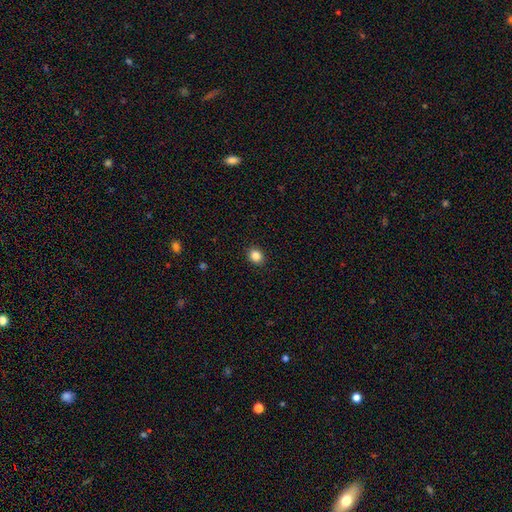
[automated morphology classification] Smooth or featured: smooth — 85% (star or artifact — 10%)
How rounded: round — 64% (in between — 35%)
Merging: none — 91% (minor disturbance — 6%)